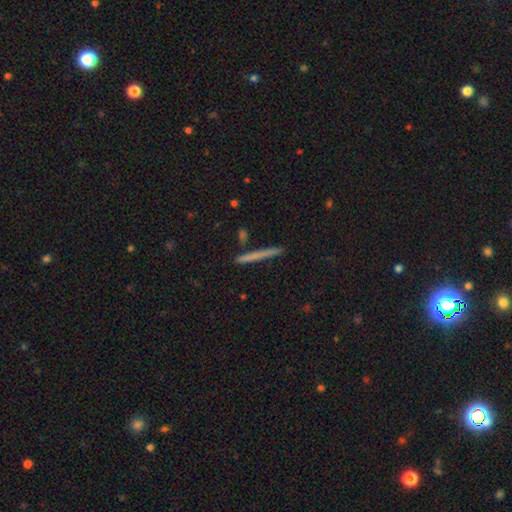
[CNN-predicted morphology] smooth 61%, featured or disk 33%, star or artifact 6%. Down the decision tree: how rounded — cigar-shaped (97%); merging — none (90%).